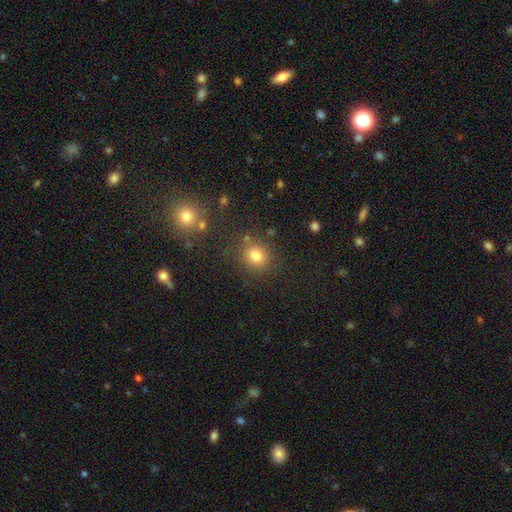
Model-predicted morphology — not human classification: The model was most divided on "smooth or featured": smooth: 79%, star or artifact: 15%, featured or disk: 6%. More confident: how rounded — round (85%); merging — none (82%).